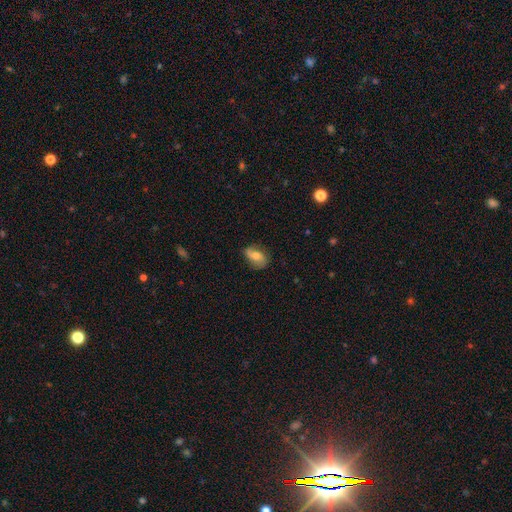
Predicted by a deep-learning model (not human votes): Smooth or featured? Predicted: smooth (p=0.52). How rounded? Predicted: in between (p=0.83). Merging? Predicted: none (p=0.71).